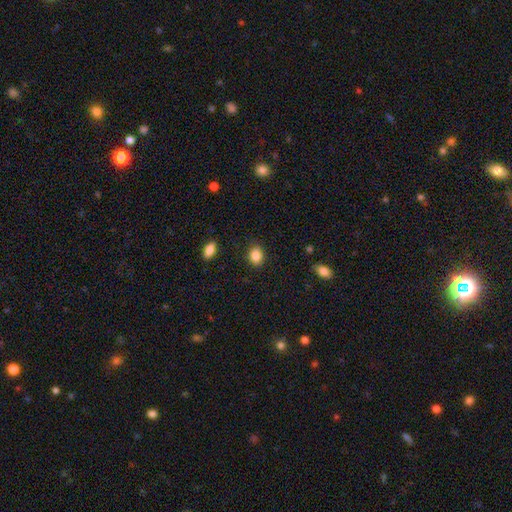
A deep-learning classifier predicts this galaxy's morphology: type=smooth (85%); roundness=in between (54%); merging=none (86%).